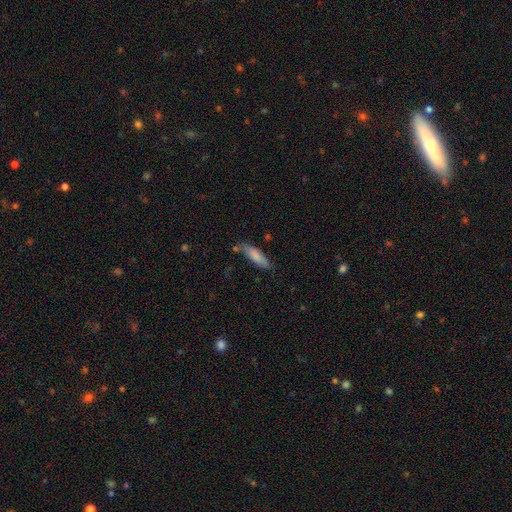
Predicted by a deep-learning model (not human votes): A smooth galaxy with no disk features (81%) that is cigar-shaped (56%). Merging: none (63%).